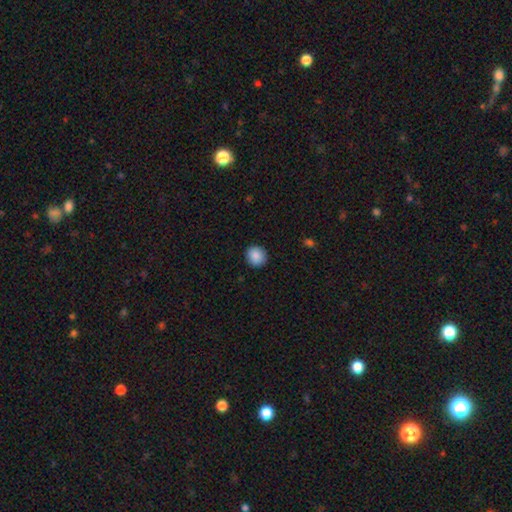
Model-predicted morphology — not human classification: Smooth or featured? smooth (89%)
How rounded? round (88%)
Merging? none (91%)